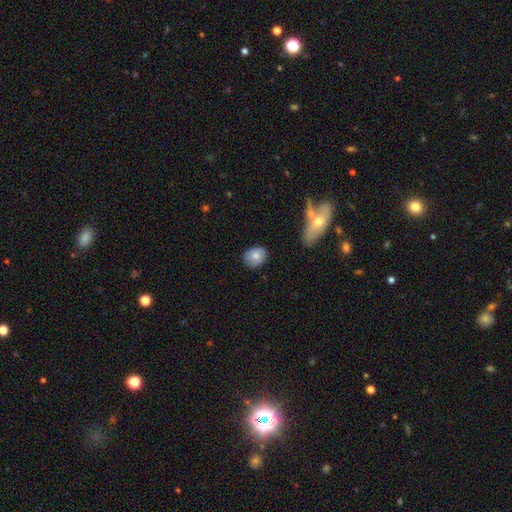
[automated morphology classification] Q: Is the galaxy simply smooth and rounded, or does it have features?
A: smooth — 79%.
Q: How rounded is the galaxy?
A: round — 62%.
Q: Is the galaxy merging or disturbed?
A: none — 79%.